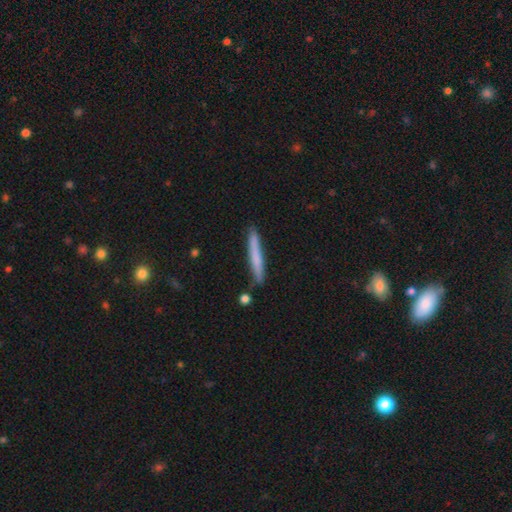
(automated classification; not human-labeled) Smooth or featured? smooth (66%)
How rounded? cigar-shaped (96%)
Merging? none (85%)